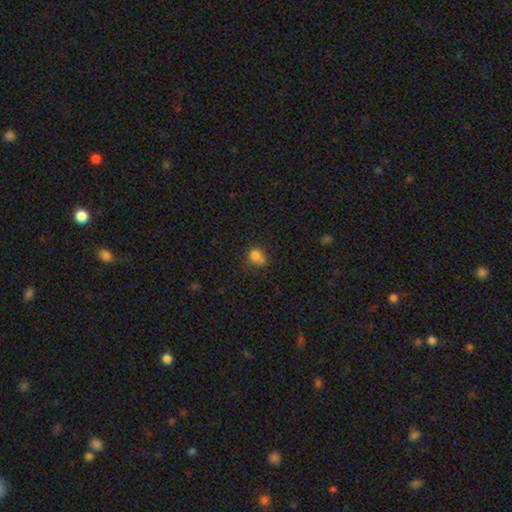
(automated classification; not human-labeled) Smooth or featured?
  - smooth: 78% *
  - star or artifact: 14%
  - featured or disk: 9%
How rounded?
  - round: 56% *
  - in between: 43%
  - cigar-shaped: 1%
Merging?
  - none: 44% *
  - minor disturbance: 29%
  - major disturbance: 14%
  - merger: 13%